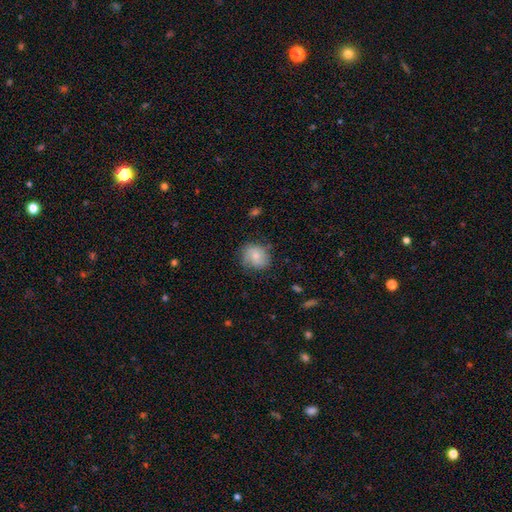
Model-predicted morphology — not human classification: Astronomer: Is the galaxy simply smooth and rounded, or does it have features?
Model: smooth — 64%.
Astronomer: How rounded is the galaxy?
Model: round — 71%.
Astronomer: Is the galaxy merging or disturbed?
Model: none — 71%.